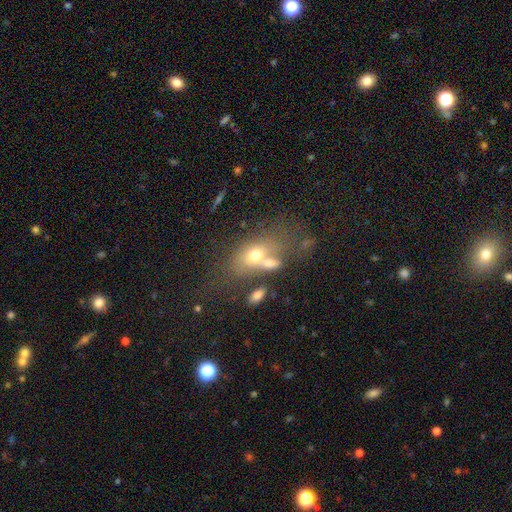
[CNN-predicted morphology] A smooth galaxy with no disk features (59%) that is in between round and cigar-shaped (78%).

Vote fractions:
- Smooth or featured? smooth: 59% / featured or disk: 28% / star or artifact: 13%
- How rounded? in between: 78% / round: 16% / cigar-shaped: 5%
- Merging? merger: 42% / none: 32% / minor disturbance: 14% / major disturbance: 13%